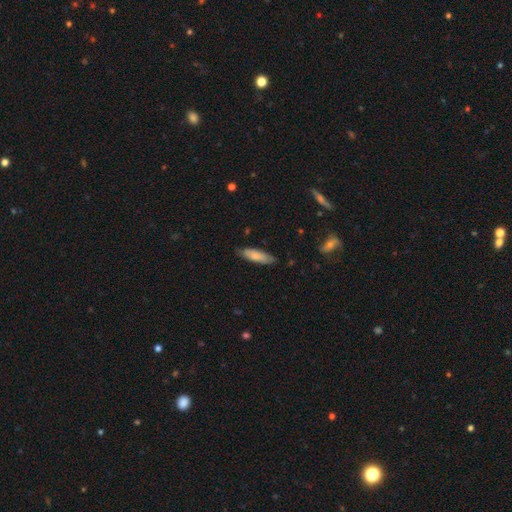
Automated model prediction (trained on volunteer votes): The model was most divided on "how rounded": cigar-shaped: 56%, in between: 42%, round: 1%. More confident: merging — none (78%); smooth or featured — smooth (77%).